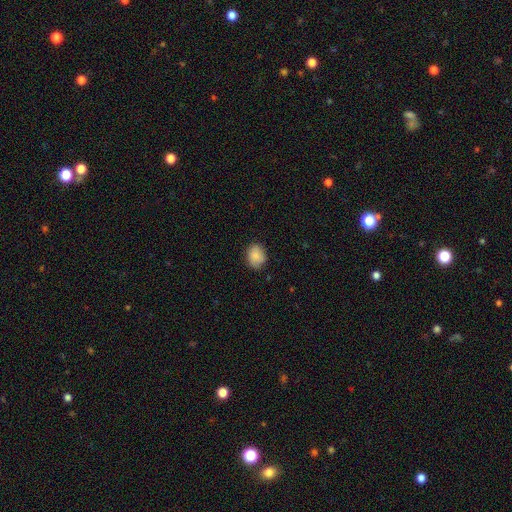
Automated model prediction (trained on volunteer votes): Smooth or featured? Predicted: smooth (p=0.86). How rounded? Predicted: in between (p=0.55). Merging? Predicted: none (p=0.82).